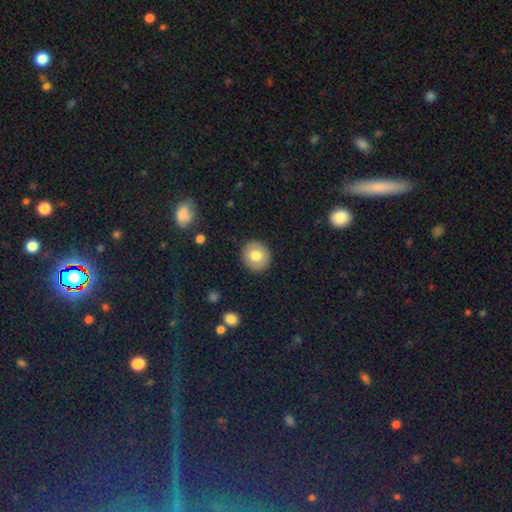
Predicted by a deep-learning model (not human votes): Q: Smooth or featured?
A: smooth (75%); runner-up: featured or disk (17%)
Q: How rounded?
A: round (84%); runner-up: in between (15%)
Q: Merging?
A: none (90%); runner-up: minor disturbance (7%)